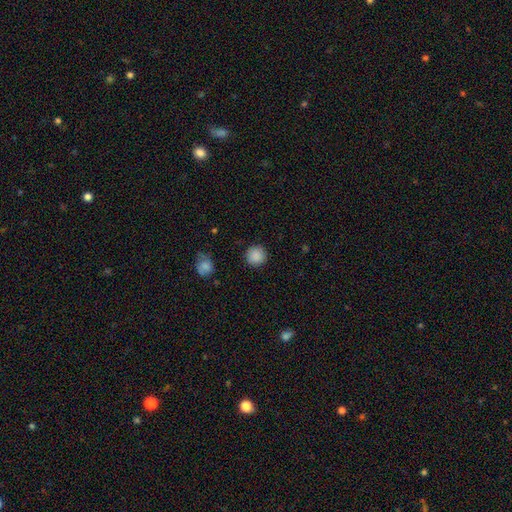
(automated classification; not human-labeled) Smooth or featured? Predicted: smooth (p=0.88). How rounded? Predicted: round (p=0.94). Merging? Predicted: none (p=0.90).